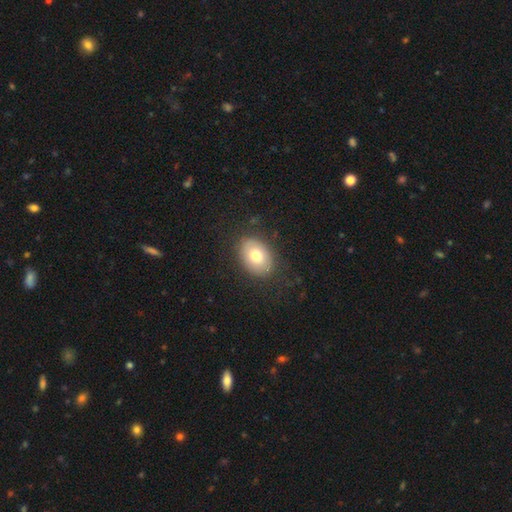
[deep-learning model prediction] smooth 74%, featured or disk 19%, star or artifact 8%. Down the decision tree: how rounded — in between (78%); merging — none (84%).